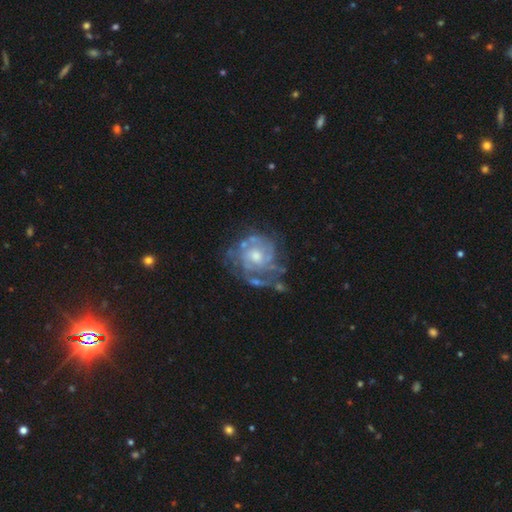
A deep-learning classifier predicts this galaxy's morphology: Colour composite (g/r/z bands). It shows a featured or disk galaxy (84%) with no bar (72%), tight (61%) spiral arms (89%) and a moderate central bulge (61%). Merging: none (58%).